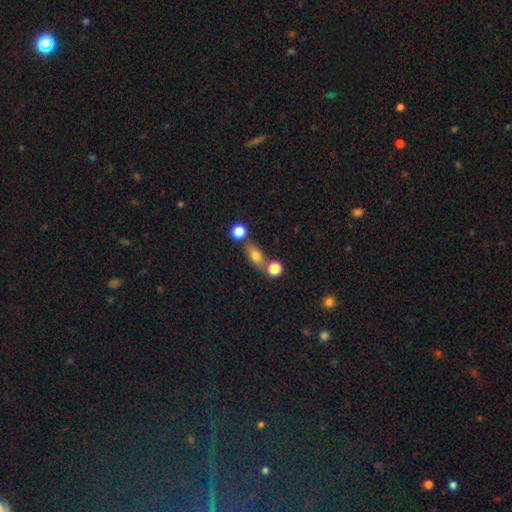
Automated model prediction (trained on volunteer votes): Smooth or featured? Predicted: smooth (p=0.75). How rounded? Predicted: in between (p=0.70). Merging? Predicted: none (p=0.61).